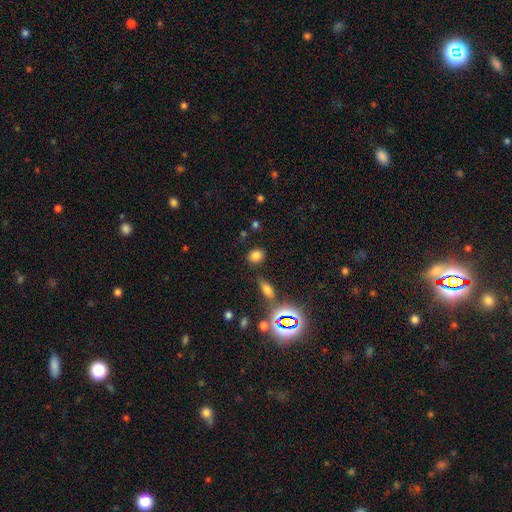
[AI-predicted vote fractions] smooth 77%, star or artifact 16%, featured or disk 7%. Down the decision tree: how rounded — round (59%); merging — none (80%).